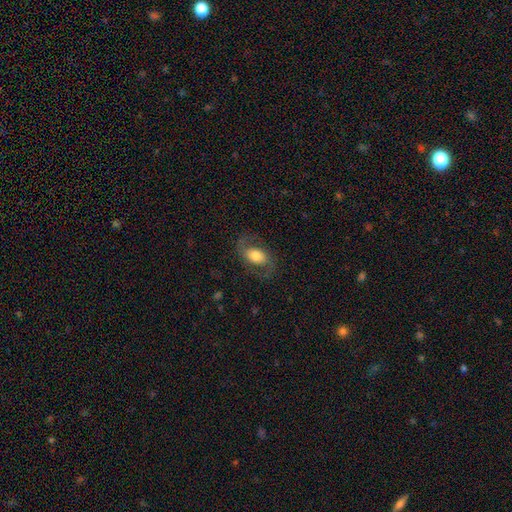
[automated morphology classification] The model was most divided on "spiral winding": medium: 48%, loose: 41%, tight: 11%. Remaining: edge-on disk — no (95%); spiral arm count — 2 (92%); spiral arms — yes (88%); merging — none (74%); smooth or featured — featured or disk (64%); bulge size — moderate (49%); bar — no (49%).